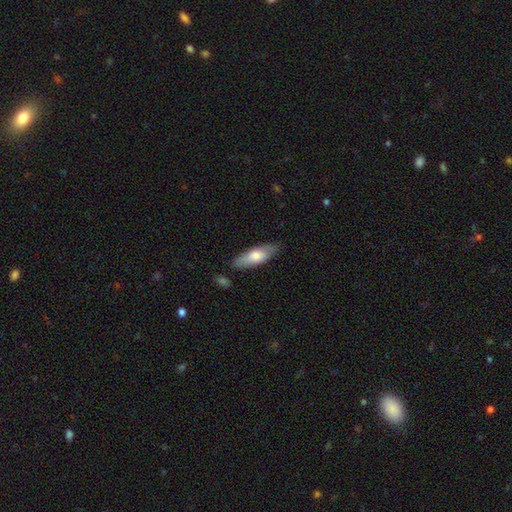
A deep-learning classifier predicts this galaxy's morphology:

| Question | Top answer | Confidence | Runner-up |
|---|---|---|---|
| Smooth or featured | smooth | 69% | featured or disk (26%) |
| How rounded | in between | 58% | cigar-shaped (40%) |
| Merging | none | 81% | minor disturbance (14%) |